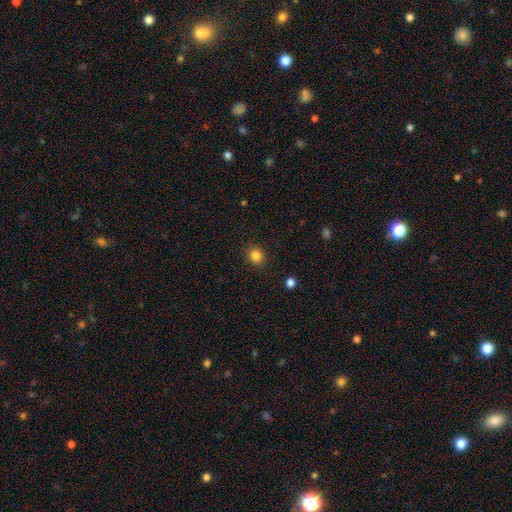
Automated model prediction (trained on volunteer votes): smooth_or_featured: smooth (p=0.84) [alt: star or artifact p=0.12]
how_rounded: round (p=0.79) [alt: in between p=0.20]
merging: none (p=0.89) [alt: minor disturbance p=0.08]